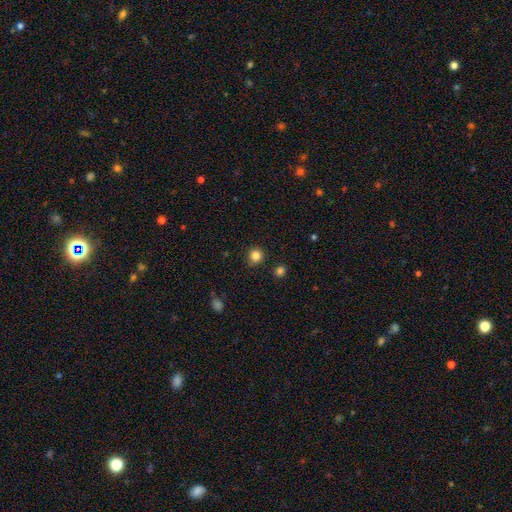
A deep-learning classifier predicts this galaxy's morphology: type=smooth (84%); roundness=round (92%); merging=none (89%).